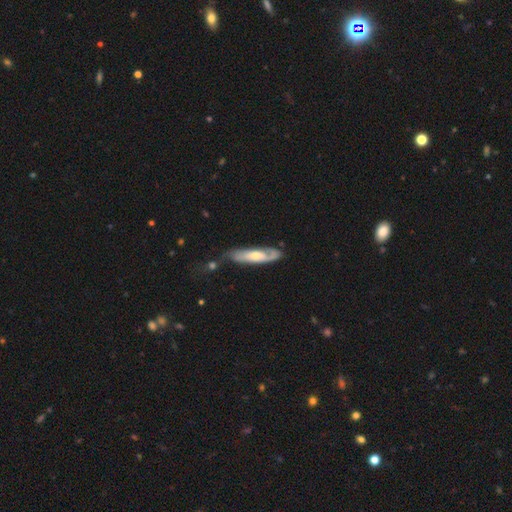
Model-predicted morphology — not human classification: A featured or disk galaxy (63%).

Vote fractions:
- Smooth or featured? featured or disk: 63% / smooth: 32% / star or artifact: 5%
- Edge-on disk? no: 75% / yes: 25%
- Merging? none: 51% / minor disturbance: 27% / major disturbance: 15% / merger: 8%